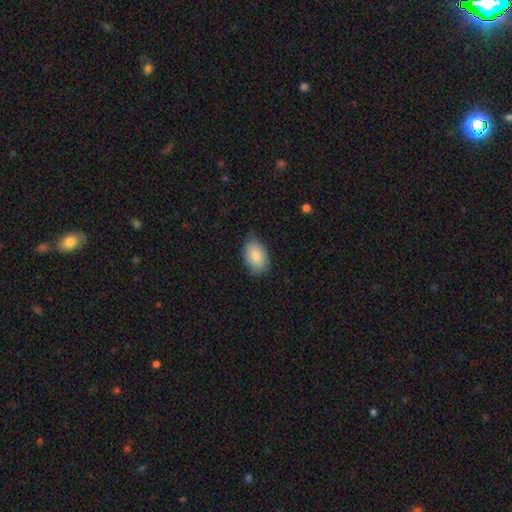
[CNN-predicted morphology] The model was most divided on "merging": none: 75%, minor disturbance: 20%, major disturbance: 3%, merger: 1%. More confident: how rounded — in between (89%); smooth or featured — smooth (84%).